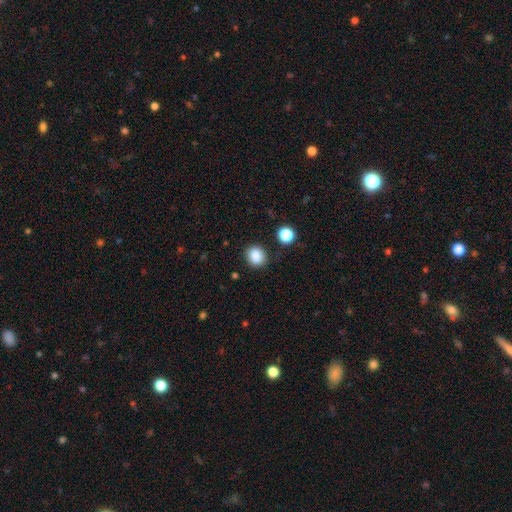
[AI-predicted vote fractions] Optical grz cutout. It shows a smooth galaxy with no disk features (85%) that is round (76%). Merging: none (85%).